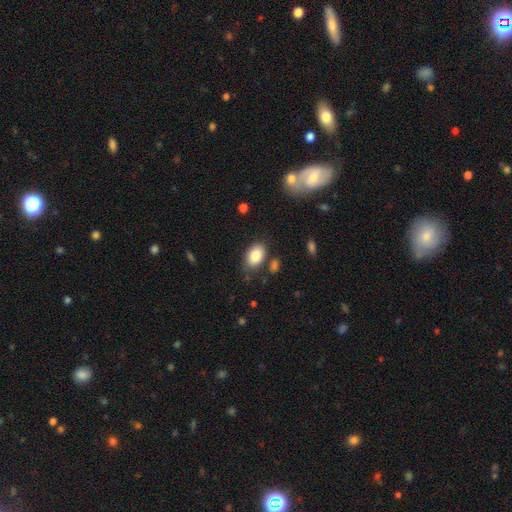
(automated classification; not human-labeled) Morphology: type=smooth (85%); roundness=in between (88%); merging=none (77%).